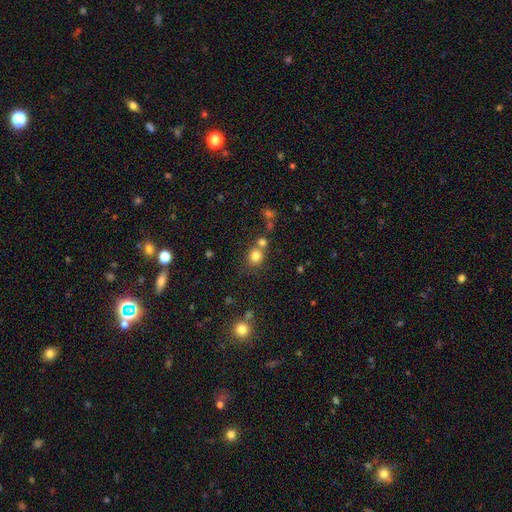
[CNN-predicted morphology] This is likely a smooth galaxy (79%). How rounded: clearly round (83%). Merging: possibly none (59%).